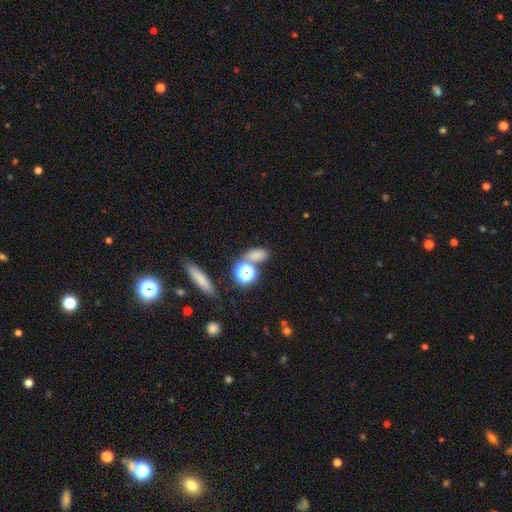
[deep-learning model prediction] The model was most divided on "how rounded": in between: 69%, round: 24%, cigar-shaped: 7%. More confident: smooth or featured — smooth (71%); merging — none (67%).